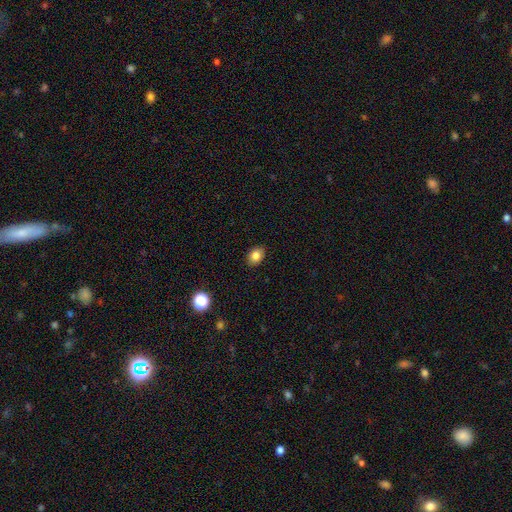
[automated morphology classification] A smooth galaxy with no disk features (83%) that is in between round and cigar-shaped (68%). Merging: none (87%).